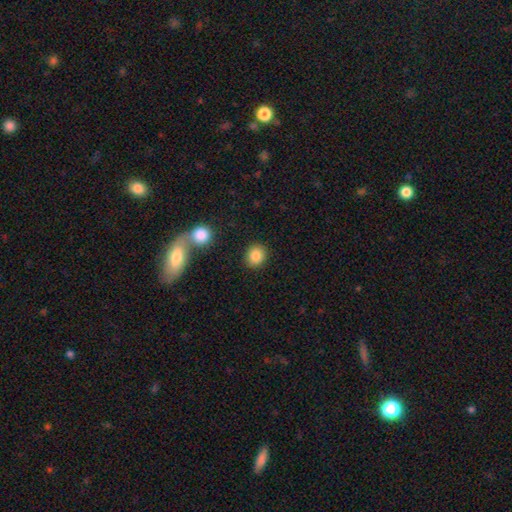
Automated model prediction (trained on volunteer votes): smooth_or_featured: smooth (p=0.84) [alt: star or artifact p=0.10]
how_rounded: round (p=0.77) [alt: in between p=0.22]
merging: none (p=0.87) [alt: minor disturbance p=0.07]